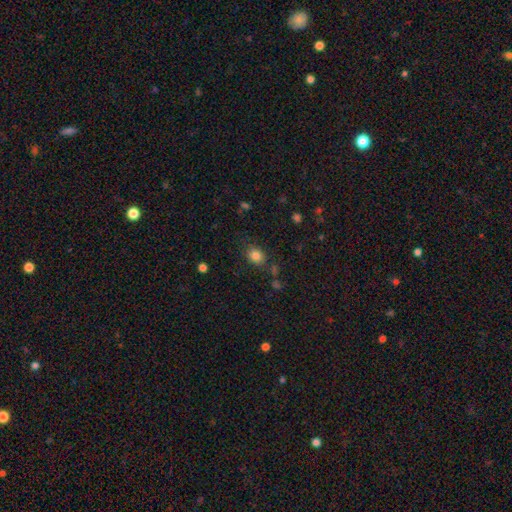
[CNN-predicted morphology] A smooth galaxy with no disk features (82%) that is round (55%).

Vote fractions:
- Smooth or featured? smooth: 82% / star or artifact: 12% / featured or disk: 6%
- How rounded? round: 55% / in between: 44% / cigar-shaped: 1%
- Merging? none: 77% / minor disturbance: 14% / major disturbance: 5% / merger: 4%